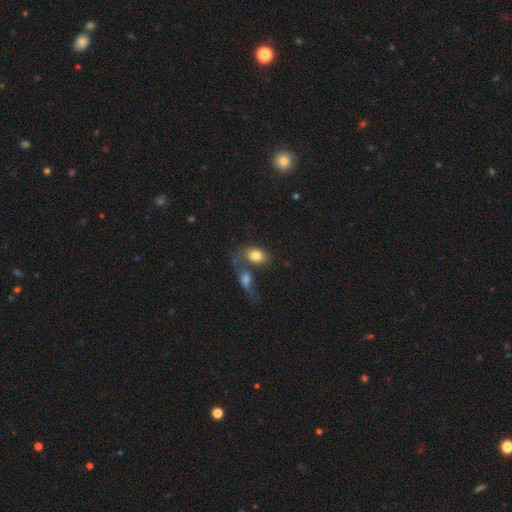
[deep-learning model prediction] Smooth or featured? smooth (78%)
How rounded? in between (80%)
Merging? merger (46%)